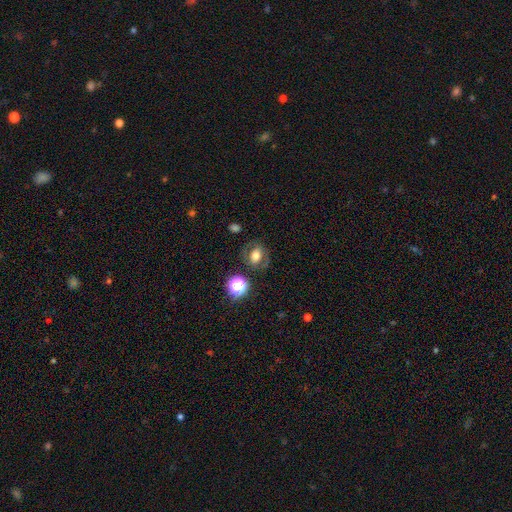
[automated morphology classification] Q: Smooth or featured?
A: smooth (53%); runner-up: featured or disk (33%)
Q: How rounded?
A: round (54%); runner-up: in between (45%)
Q: Merging?
A: none (74%); runner-up: minor disturbance (14%)